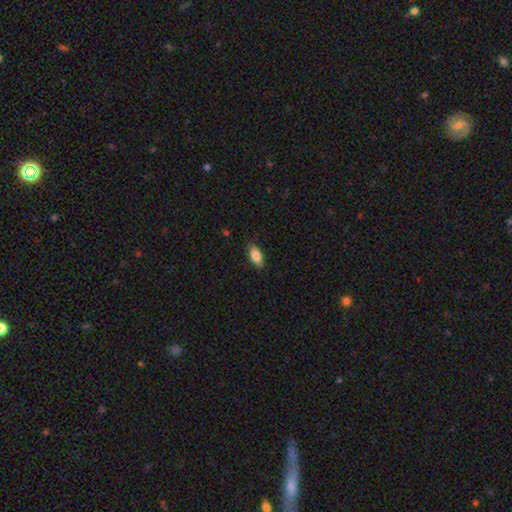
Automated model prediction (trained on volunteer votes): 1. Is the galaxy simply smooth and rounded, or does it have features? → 83% smooth, 10% featured or disk, 7% star or artifact.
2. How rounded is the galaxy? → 87% in between, 11% cigar-shaped, 3% round.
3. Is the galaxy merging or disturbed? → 85% none, 12% minor disturbance, 2% major disturbance, 1% merger.